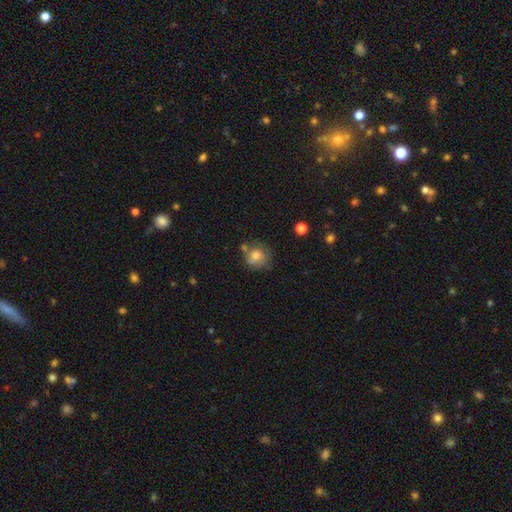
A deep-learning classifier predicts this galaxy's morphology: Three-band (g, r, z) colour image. It shows a smooth galaxy with no disk features (68%) that is round (78%). Merging: none (54%).